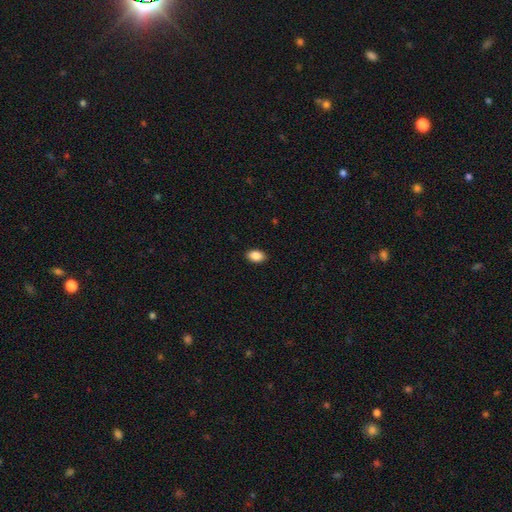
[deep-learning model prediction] A smooth galaxy with no disk features (88%) that is in between round and cigar-shaped (89%). Merging: none (89%).